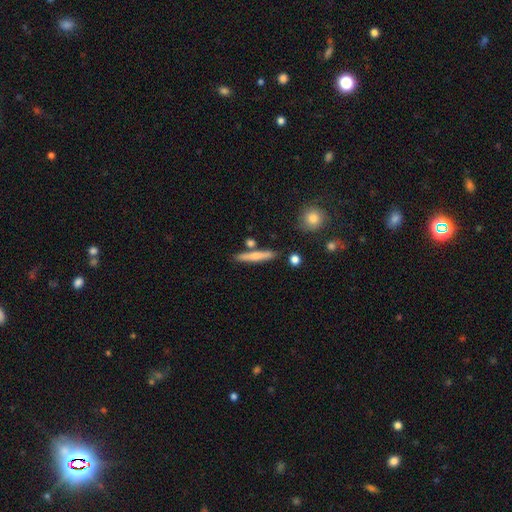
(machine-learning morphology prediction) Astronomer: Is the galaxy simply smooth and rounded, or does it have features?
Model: smooth — 62%.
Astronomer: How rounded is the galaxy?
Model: cigar-shaped — 90%.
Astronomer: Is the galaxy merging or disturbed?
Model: none — 79%.